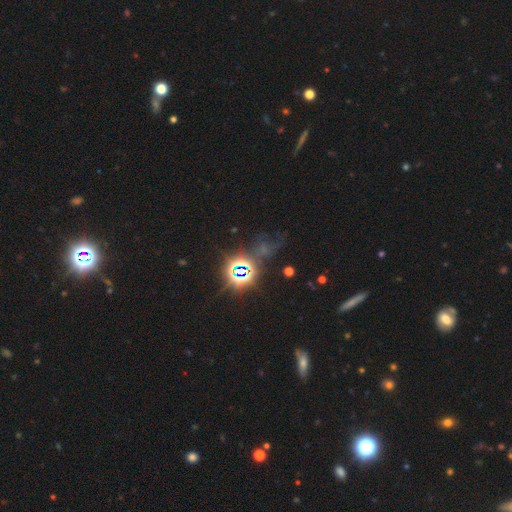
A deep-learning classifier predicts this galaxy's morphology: Q: Smooth or featured?
A: star or artifact (68%); runner-up: smooth (23%)